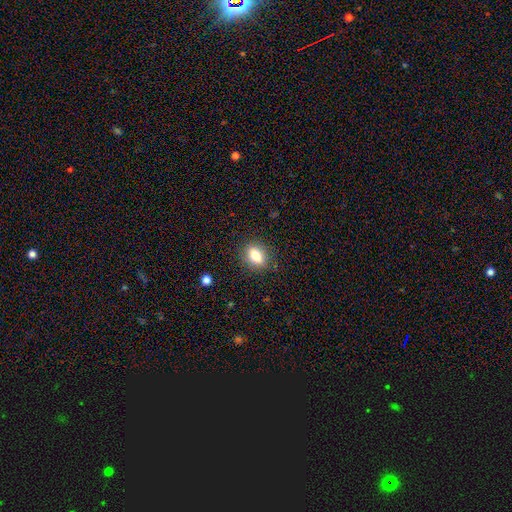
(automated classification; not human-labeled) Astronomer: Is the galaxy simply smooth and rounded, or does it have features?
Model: smooth — 77%.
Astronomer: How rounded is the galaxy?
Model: in between — 71%.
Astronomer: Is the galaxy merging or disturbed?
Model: none — 87%.